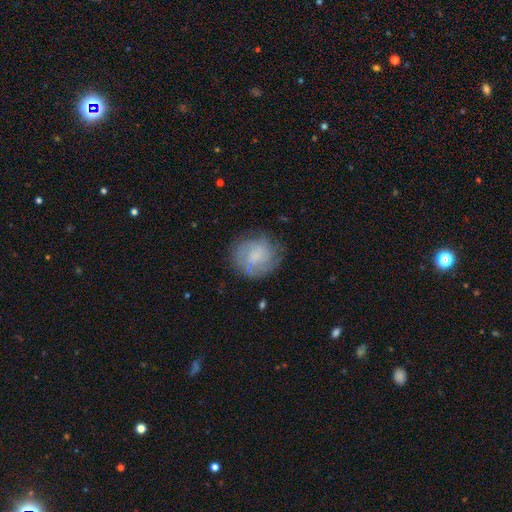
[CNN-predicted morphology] This appears to be a featured or disk galaxy (56%) with no bar (54%), spiral arms (83%) and no central bulge (48%). Merging: none (72%).